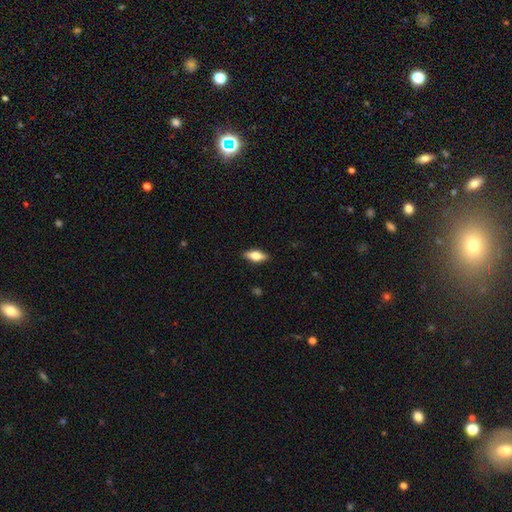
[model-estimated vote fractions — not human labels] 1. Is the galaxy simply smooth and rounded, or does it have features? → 61% smooth, 32% featured or disk, 7% star or artifact.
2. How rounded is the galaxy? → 73% in between, 23% cigar-shaped, 3% round.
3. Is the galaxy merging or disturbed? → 88% none, 9% minor disturbance, 2% major disturbance, 1% merger.